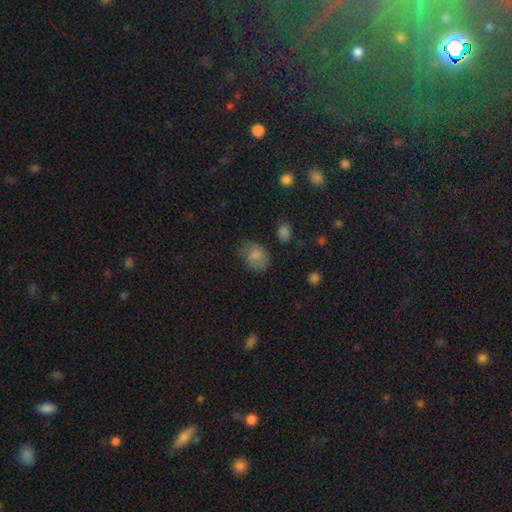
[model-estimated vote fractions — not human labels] smooth 78%, star or artifact 11%, featured or disk 11%. Down the decision tree: how rounded — in between (70%); merging — none (60%).